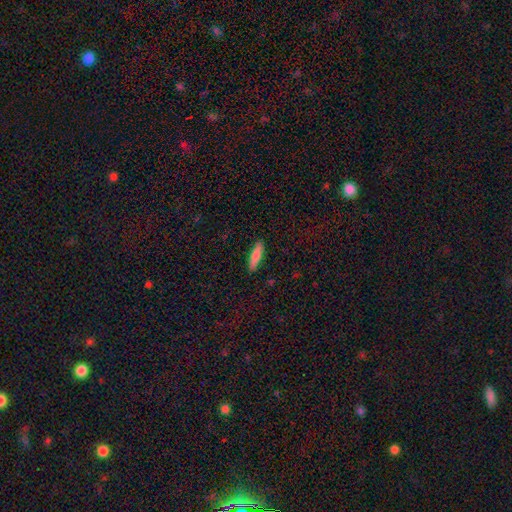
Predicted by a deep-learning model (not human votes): The model was most divided on "how rounded": cigar-shaped: 75%, in between: 23%, round: 2%. More confident: merging — none (90%); smooth or featured — smooth (80%).